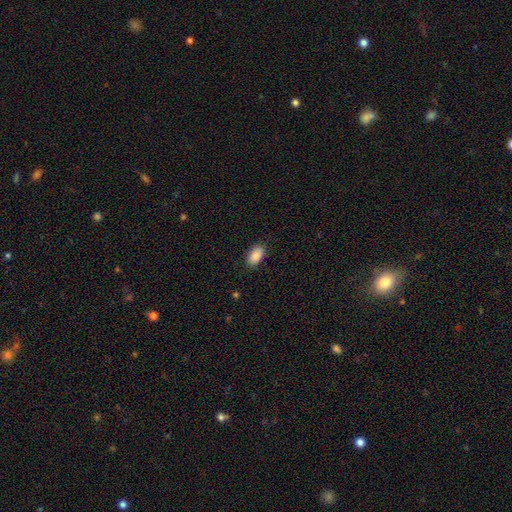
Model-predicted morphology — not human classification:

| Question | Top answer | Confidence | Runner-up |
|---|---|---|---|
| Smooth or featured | smooth | 85% | featured or disk (7%) |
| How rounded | in between | 93% | round (5%) |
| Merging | none | 87% | minor disturbance (10%) |